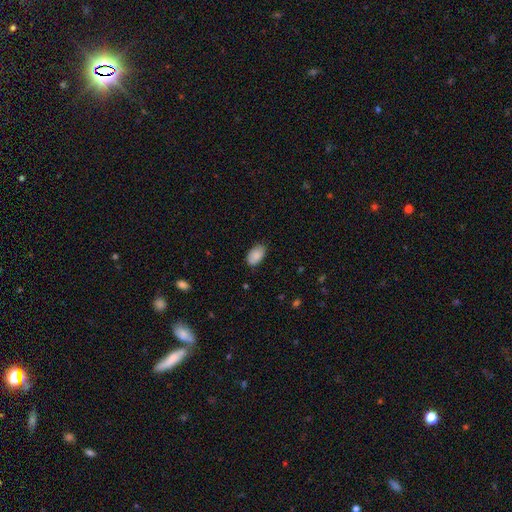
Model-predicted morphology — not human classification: Smooth or featured? smooth (87%)
How rounded? in between (94%)
Merging? none (80%)